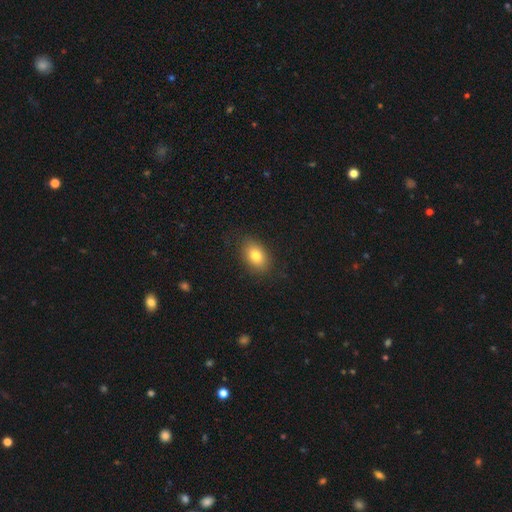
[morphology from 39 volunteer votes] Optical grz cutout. It shows a smooth galaxy with no disk features (85%) that is in between round and cigar-shaped (94%). Merging: none (83%).